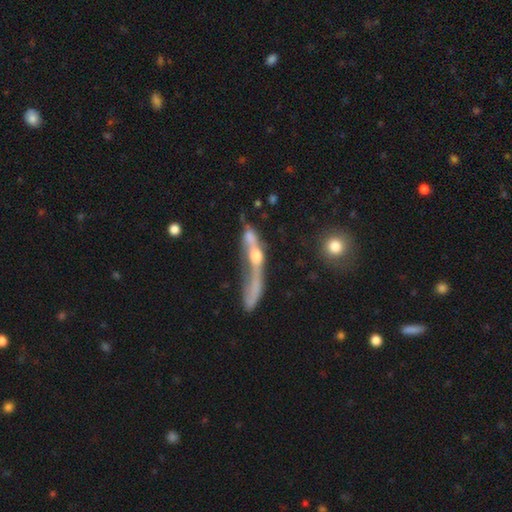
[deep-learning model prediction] The model was most divided on "merging": merger: 37%, major disturbance: 29%, none: 21%, minor disturbance: 13%. More confident: edge-on disk — yes (56%); smooth or featured — featured or disk (54%).